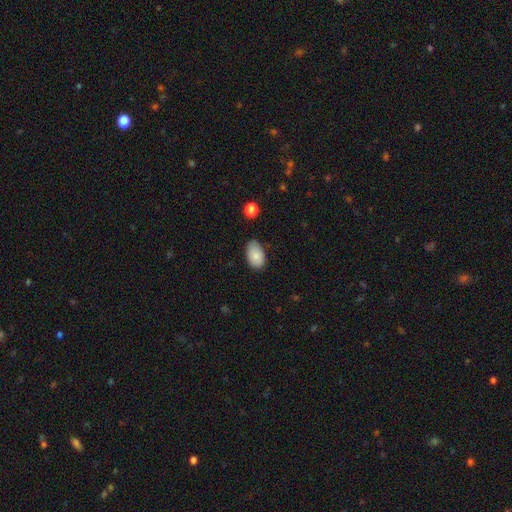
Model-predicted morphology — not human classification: A smooth galaxy with no disk features (83%) that is in between round and cigar-shaped (91%).

Vote fractions:
- Smooth or featured? smooth: 83% / featured or disk: 9% / star or artifact: 7%
- How rounded? in between: 91% / round: 7% / cigar-shaped: 1%
- Merging? none: 70% / minor disturbance: 25% / major disturbance: 4% / merger: 2%